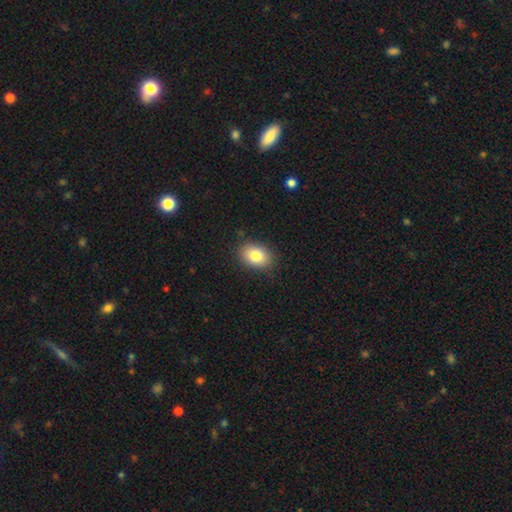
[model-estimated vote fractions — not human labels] Smooth or featured: smooth — 82% (featured or disk — 9%)
How rounded: in between — 74% (round — 25%)
Merging: none — 86% (minor disturbance — 10%)